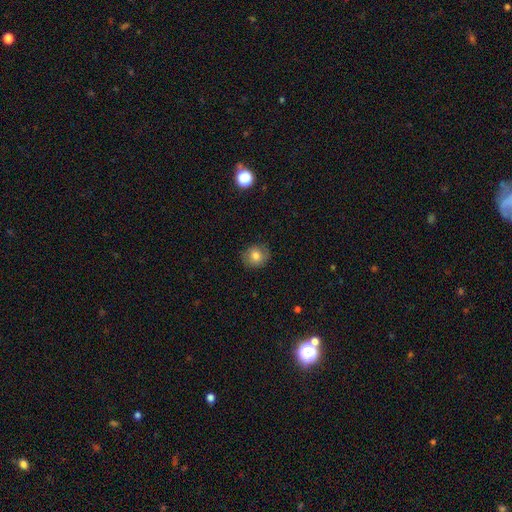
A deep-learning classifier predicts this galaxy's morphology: Smooth or featured? Predicted: smooth (p=0.74). How rounded? Predicted: round (p=0.81). Merging? Predicted: none (p=0.82).